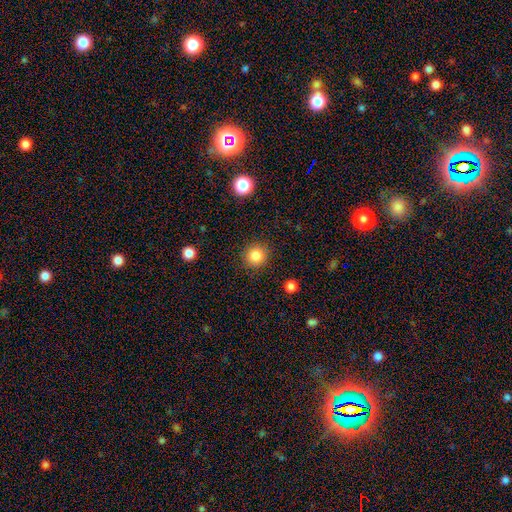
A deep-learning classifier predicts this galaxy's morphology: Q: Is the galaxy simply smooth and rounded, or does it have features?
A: smooth — 84%.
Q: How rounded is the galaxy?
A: round — 91%.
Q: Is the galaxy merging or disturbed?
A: none — 88%.